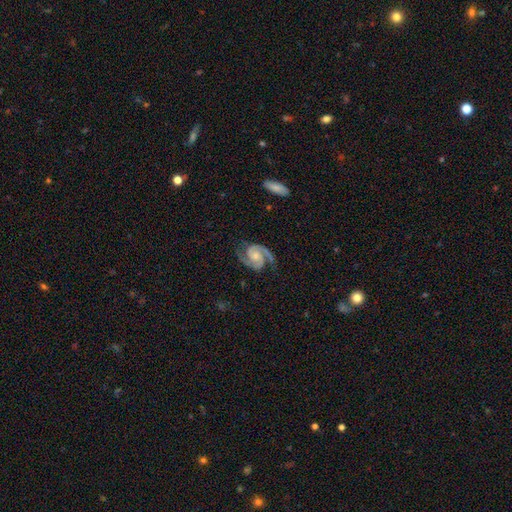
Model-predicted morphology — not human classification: Smooth or featured? Predicted: featured or disk (p=0.93). Edge-on disk? Predicted: no (p=0.98). Bar? Predicted: no (p=0.65). Spiral arms? Predicted: yes (p=0.99). Spiral winding? Predicted: medium (p=0.52). Spiral arm count? Predicted: 2 (p=0.94). Bulge size? Predicted: small (p=0.44). Merging? Predicted: none (p=0.79).